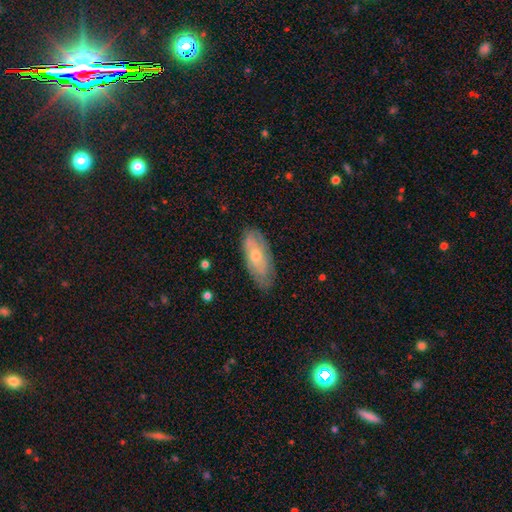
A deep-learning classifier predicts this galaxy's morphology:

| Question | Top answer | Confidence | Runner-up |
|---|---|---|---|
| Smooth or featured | featured or disk | 48% | smooth (45%) |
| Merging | none | 77% | minor disturbance (18%) |